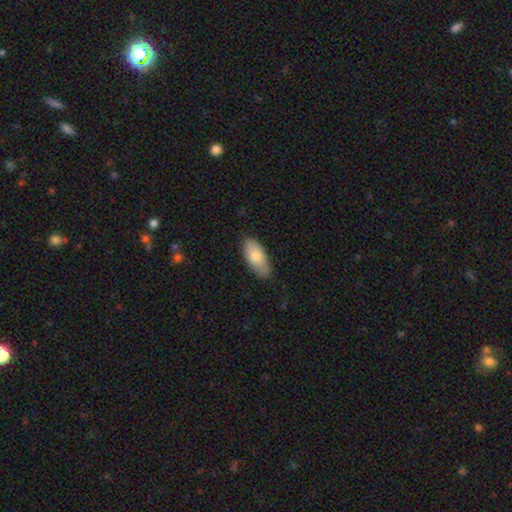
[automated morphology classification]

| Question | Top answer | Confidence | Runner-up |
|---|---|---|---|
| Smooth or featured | smooth | 78% | featured or disk (16%) |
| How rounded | in between | 89% | cigar-shaped (9%) |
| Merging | none | 82% | minor disturbance (14%) |